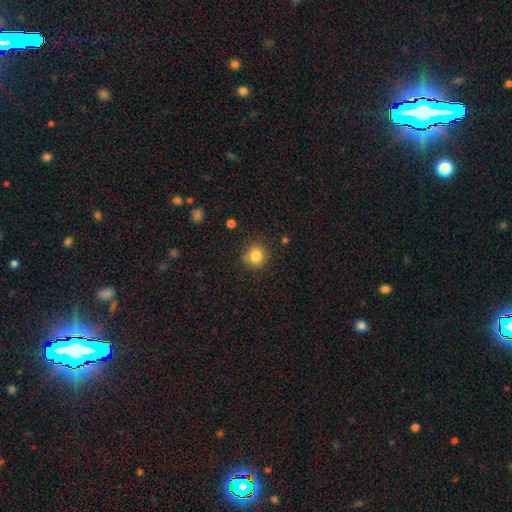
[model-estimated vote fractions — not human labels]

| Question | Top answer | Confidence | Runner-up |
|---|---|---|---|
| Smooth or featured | smooth | 83% | star or artifact (11%) |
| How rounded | round | 90% | in between (9%) |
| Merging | none | 81% | minor disturbance (13%) |